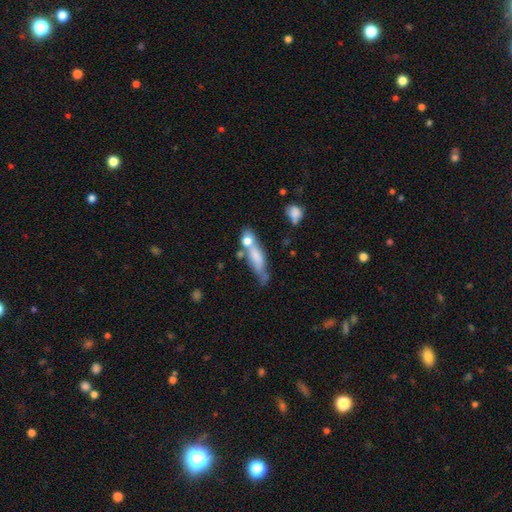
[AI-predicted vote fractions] Overall: smooth (60%; featured or disk 31%). How rounded: cigar-shaped (62%; in between 34%). Merging: none (40%; merger 26%).